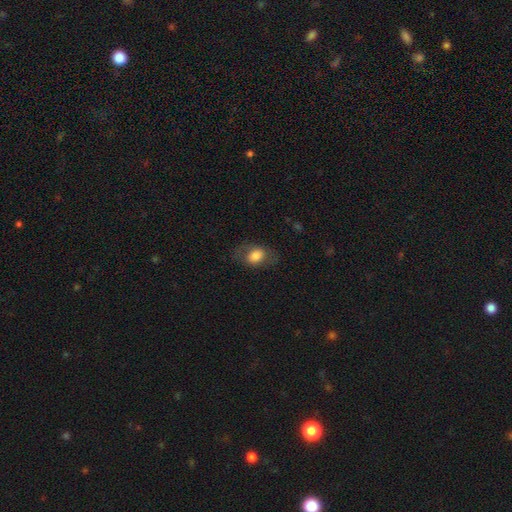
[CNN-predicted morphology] The model was most divided on "how rounded": in between: 70%, round: 28%, cigar-shaped: 2%. More confident: merging — none (73%); smooth or featured — smooth (73%).